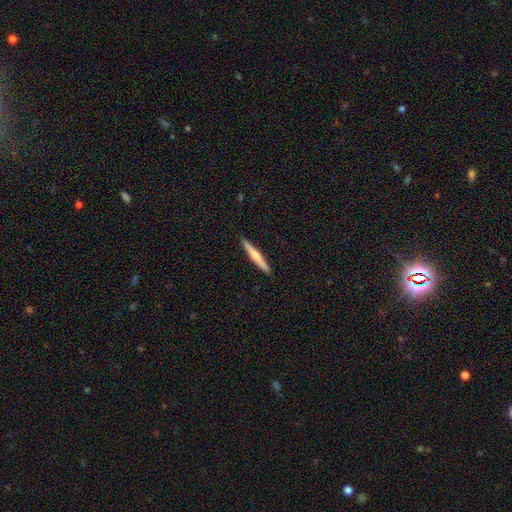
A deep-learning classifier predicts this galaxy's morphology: Smooth or featured? smooth (53%)
How rounded? cigar-shaped (96%)
Merging? none (92%)